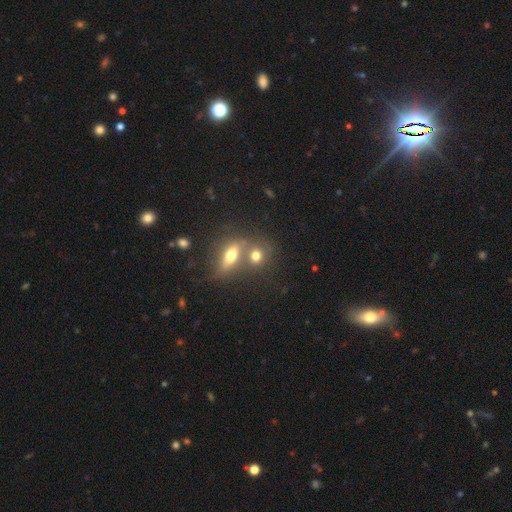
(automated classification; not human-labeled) A smooth galaxy with no disk features (71%) that is round (61%).

Vote fractions:
- Smooth or featured? smooth: 71% / featured or disk: 16% / star or artifact: 13%
- How rounded? round: 61% / in between: 35% / cigar-shaped: 5%
- Merging? merger: 47% / none: 39% / minor disturbance: 8% / major disturbance: 5%